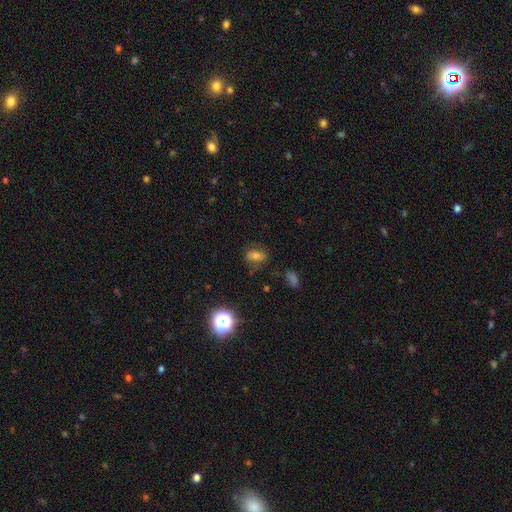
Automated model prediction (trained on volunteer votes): The model was most divided on "smooth or featured": smooth: 67%, star or artifact: 19%, featured or disk: 14%. More confident: how rounded — in between (77%); merging — none (72%).